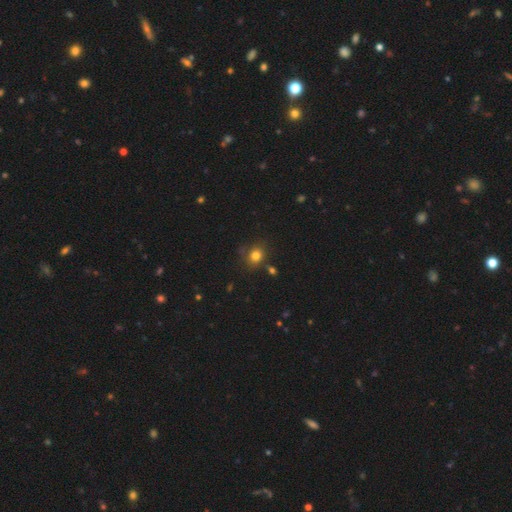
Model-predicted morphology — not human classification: Smooth or featured? Predicted: smooth (p=0.79). How rounded? Predicted: round (p=0.67). Merging? Predicted: none (p=0.75).